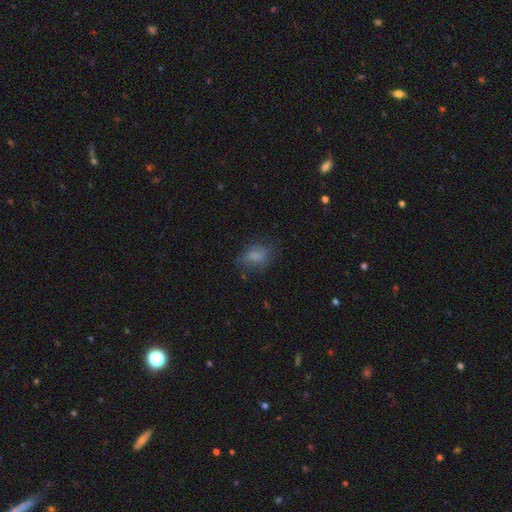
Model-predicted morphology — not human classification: Overall: smooth (71%). How rounded: in between (79%). Merging: none (61%; minor disturbance 23%).